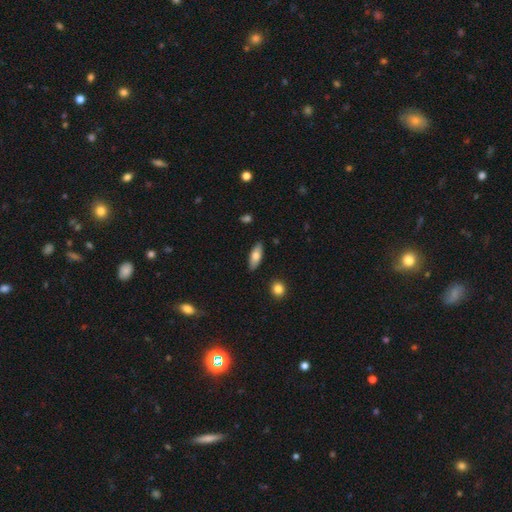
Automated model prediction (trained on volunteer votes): A smooth galaxy with no disk features (73%) that is in between round and cigar-shaped (73%). Merging: none (86%).